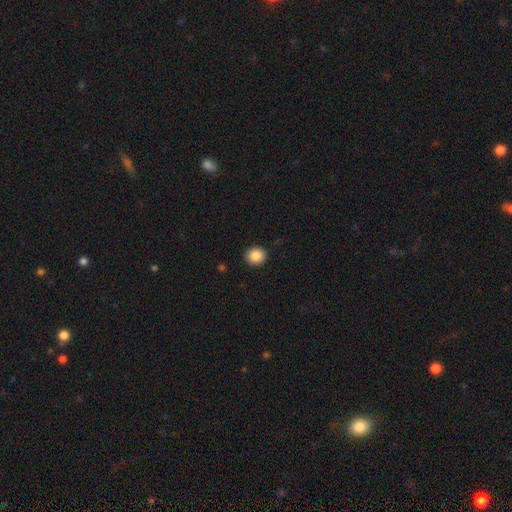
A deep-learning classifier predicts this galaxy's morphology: Q: Smooth or featured?
A: smooth (88%); runner-up: star or artifact (9%)
Q: How rounded?
A: round (72%); runner-up: in between (27%)
Q: Merging?
A: none (91%); runner-up: minor disturbance (6%)